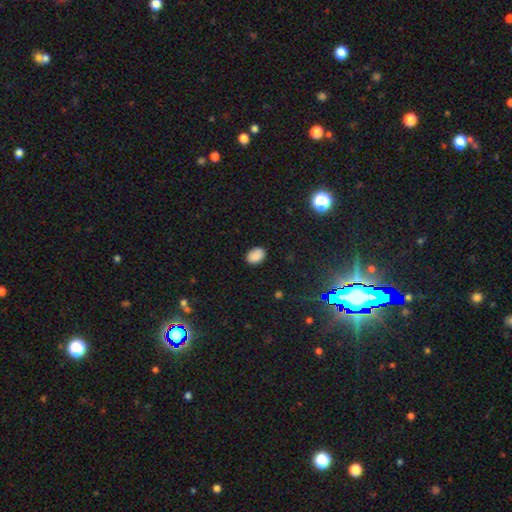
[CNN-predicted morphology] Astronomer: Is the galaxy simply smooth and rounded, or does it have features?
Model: smooth — 87%.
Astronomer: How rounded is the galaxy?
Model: in between — 83%.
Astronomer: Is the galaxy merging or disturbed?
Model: none — 88%.